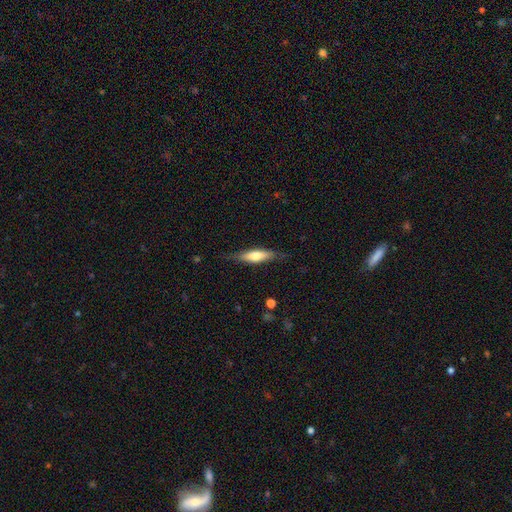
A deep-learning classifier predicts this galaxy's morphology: A smooth galaxy with no disk features (57%) that is cigar-shaped (65%). Merging: none (76%).